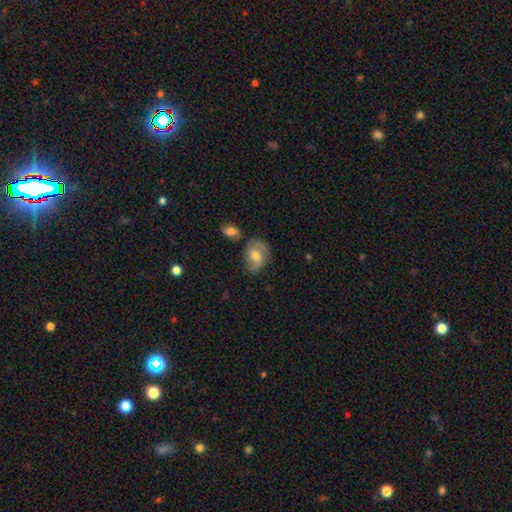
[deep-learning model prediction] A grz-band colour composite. It shows a featured or disk galaxy (46%). Merging: none (63%).